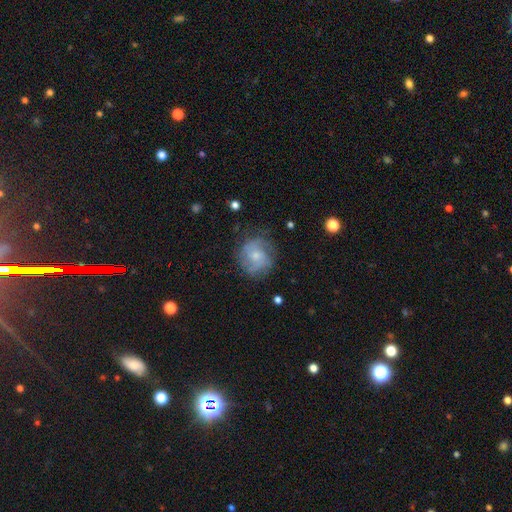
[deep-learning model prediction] This is possibly a featured or disk galaxy (52%). It is clearly not viewed edge-on (97%). Bar: likely no (75%). Spiral arm pattern: likely yes (75%). Central bulge: possibly small (53%). Merging: likely none (66%).